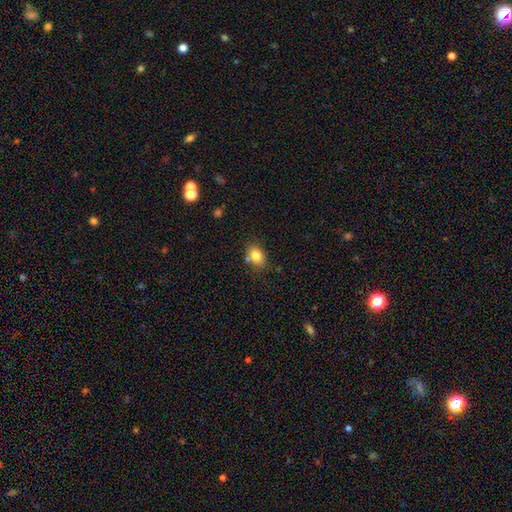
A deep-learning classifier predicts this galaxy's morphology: Overall: smooth (81%). How rounded: in between (66%; round 33%). Merging: none (73%).